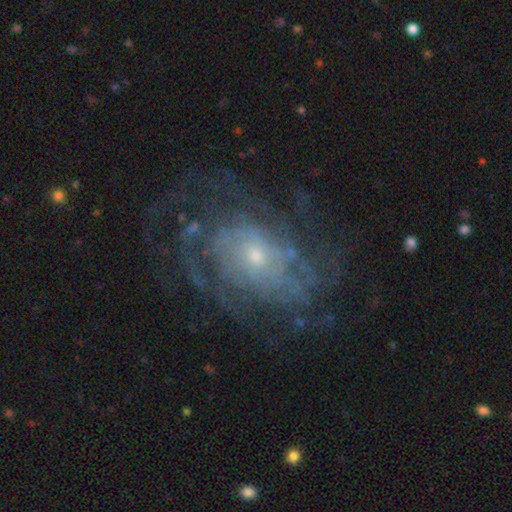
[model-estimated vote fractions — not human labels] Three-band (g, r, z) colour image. It shows a featured or disk galaxy (81%) with no bar (78%), tight (59%) spiral arms (86%) and a small central bulge (70%). Merging: none (68%).